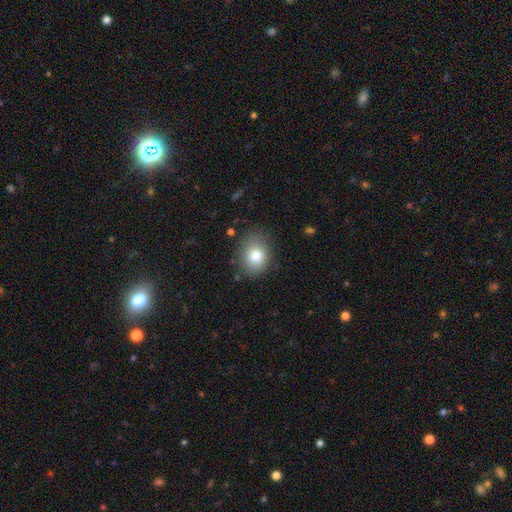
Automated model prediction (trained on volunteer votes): Morphology: type=smooth (79%); roundness=round (53%); merging=none (80%).